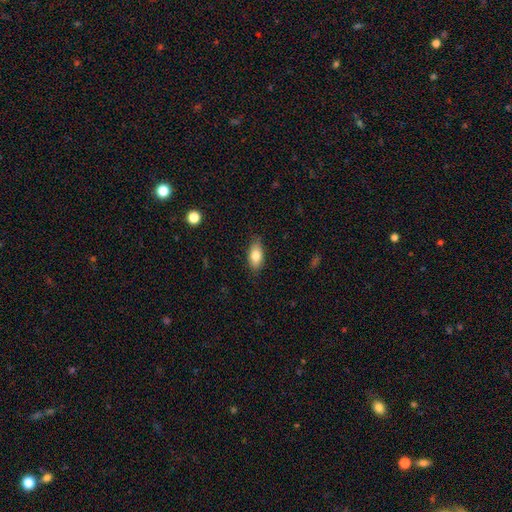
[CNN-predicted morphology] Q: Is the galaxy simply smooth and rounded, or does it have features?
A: smooth — 82%.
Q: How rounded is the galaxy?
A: in between — 89%.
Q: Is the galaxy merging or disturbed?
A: none — 82%.